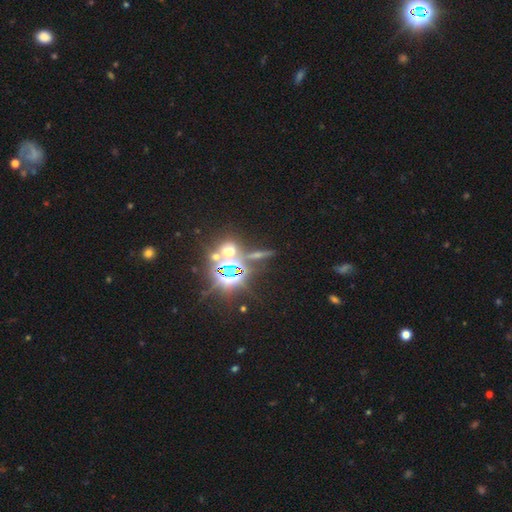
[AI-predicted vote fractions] Smooth or featured? star or artifact (75%)